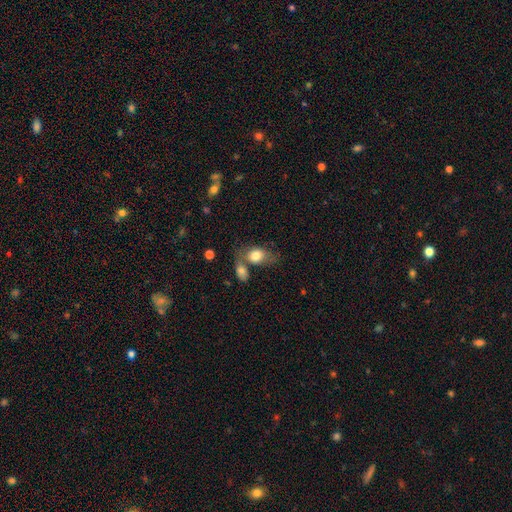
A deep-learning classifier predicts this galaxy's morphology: A smooth galaxy with no disk features (77%) that is in between round and cigar-shaped (76%).

Vote fractions:
- Smooth or featured? smooth: 77% / featured or disk: 16% / star or artifact: 7%
- How rounded? in between: 76% / round: 22% / cigar-shaped: 2%
- Merging? none: 37% (tied) / merger: 37% (tied) / minor disturbance: 17% / major disturbance: 9%